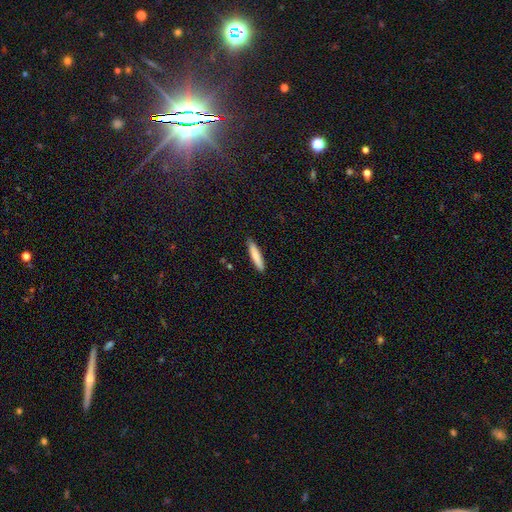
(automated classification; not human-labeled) Smooth or featured? Predicted: smooth (p=0.82). How rounded? Predicted: cigar-shaped (p=0.87). Merging? Predicted: none (p=0.89).